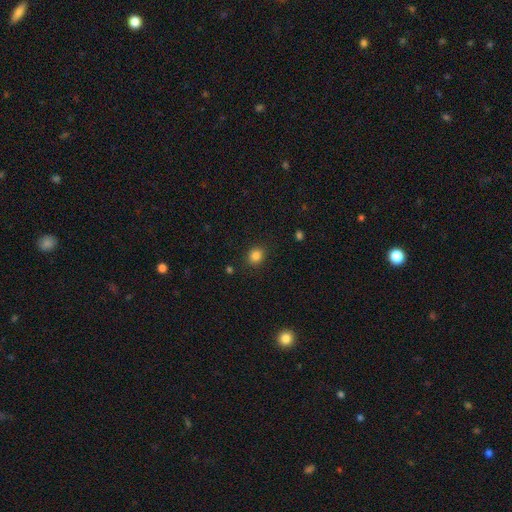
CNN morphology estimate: smooth_or_featured: smooth (p=0.84) [alt: star or artifact p=0.12]
how_rounded: round (p=0.72) [alt: in between p=0.27]
merging: none (p=0.87) [alt: minor disturbance p=0.08]